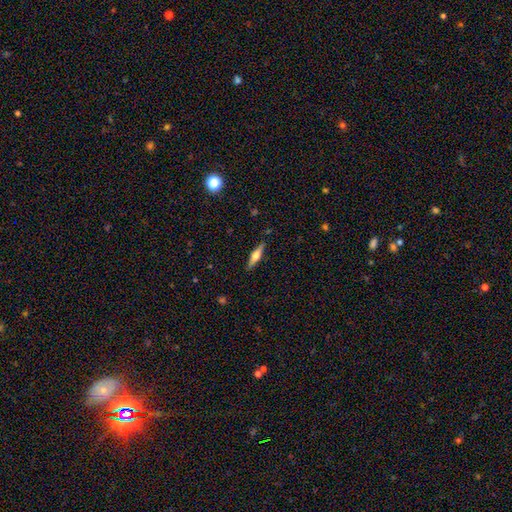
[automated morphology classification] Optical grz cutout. It shows a featured or disk galaxy (59%) viewed edge-on (96%) with a rounded central bulge (90%). Merging: none (89%).